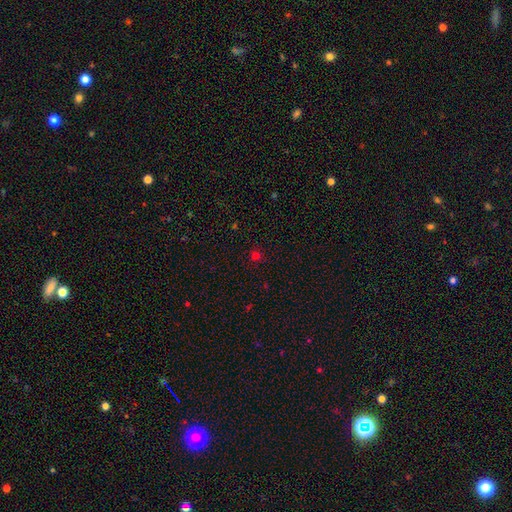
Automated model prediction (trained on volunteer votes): A smooth galaxy with no disk features (66%) that is round (88%). Merging: none (86%).